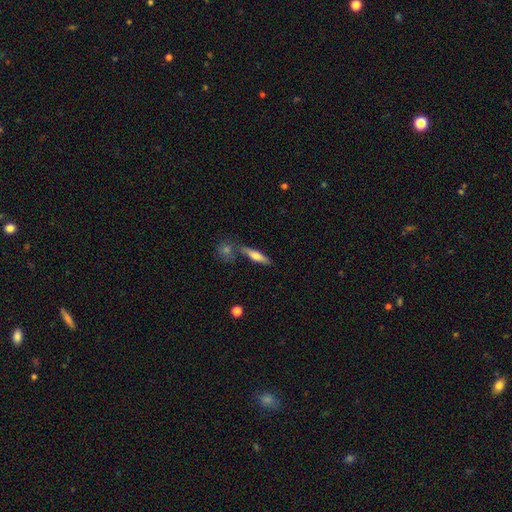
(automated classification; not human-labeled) The model was most divided on "smooth or featured": smooth: 59%, featured or disk: 34%, star or artifact: 6%. More confident: merging — none (69%); how rounded — cigar-shaped (69%).